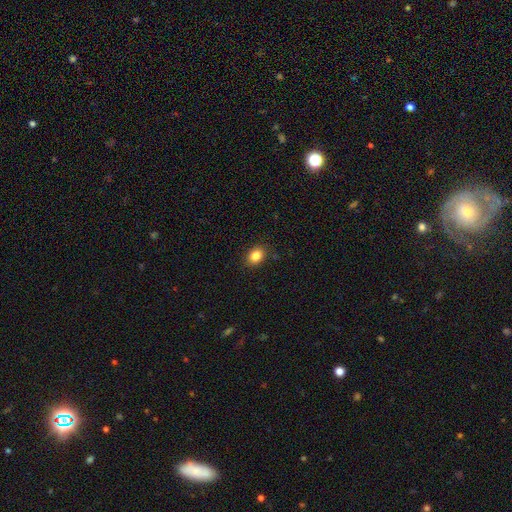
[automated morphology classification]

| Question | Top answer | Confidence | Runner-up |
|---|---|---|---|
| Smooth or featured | smooth | 85% | star or artifact (10%) |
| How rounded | in between | 55% | round (44%) |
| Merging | none | 88% | minor disturbance (9%) |